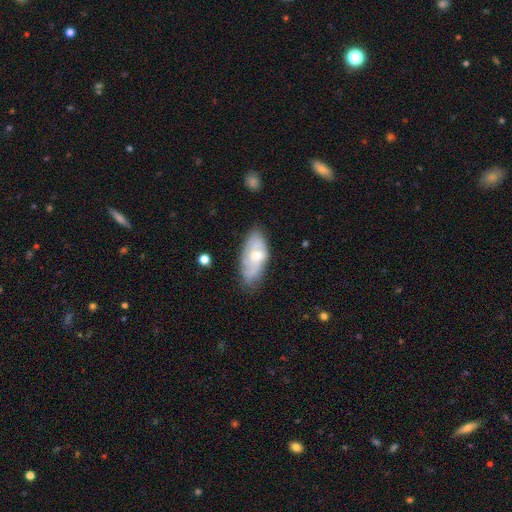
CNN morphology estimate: This is possibly a featured or disk galaxy (49%). Merging: possibly none (57%).